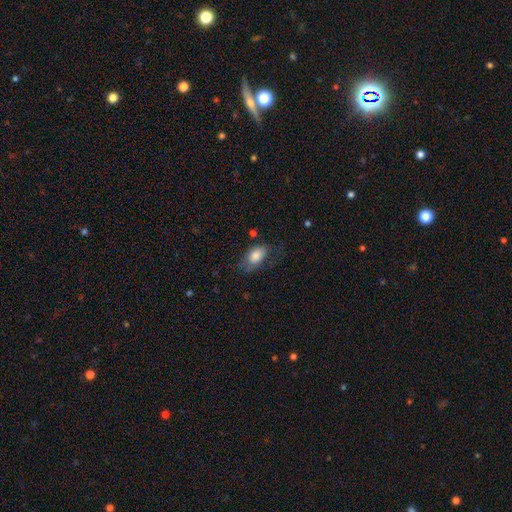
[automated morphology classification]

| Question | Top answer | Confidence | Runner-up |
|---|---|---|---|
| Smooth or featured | smooth | 81% | featured or disk (12%) |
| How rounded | in between | 89% | round (9%) |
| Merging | none | 57% | minor disturbance (26%) |